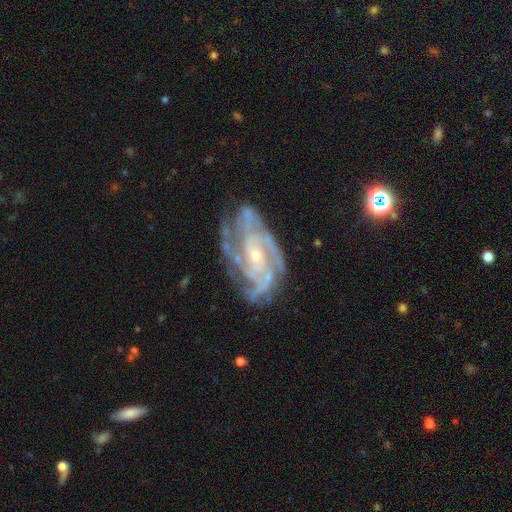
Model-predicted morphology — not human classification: A featured or disk galaxy (91%) with no bar (63%), 3 (30%) tight (62%) spiral arms (98%) and a small central bulge (74%). Merging: none (69%).